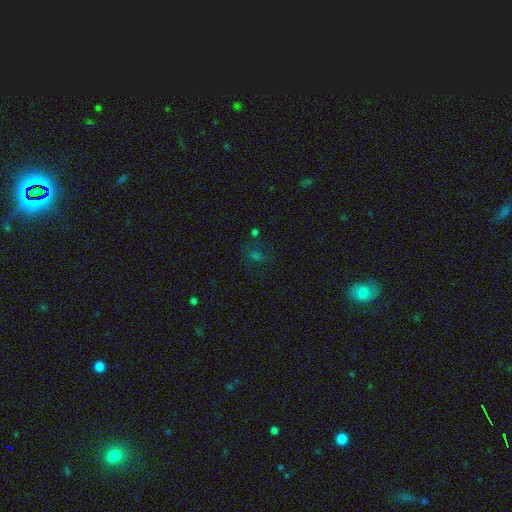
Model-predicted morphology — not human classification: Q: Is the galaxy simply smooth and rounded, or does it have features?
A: star or artifact — 46%.